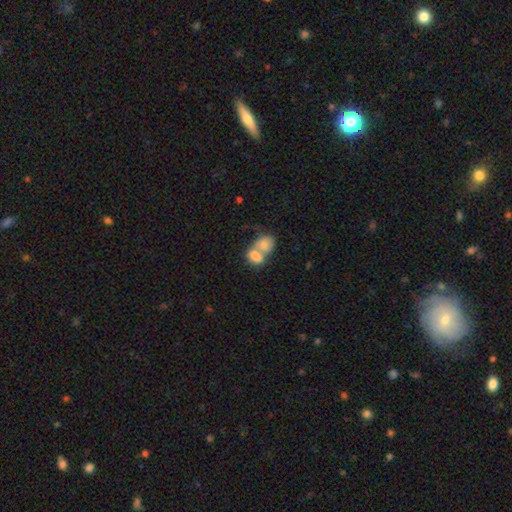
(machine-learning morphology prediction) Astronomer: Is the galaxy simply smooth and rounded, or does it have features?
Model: smooth — 78%.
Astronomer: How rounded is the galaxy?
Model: in between — 78%.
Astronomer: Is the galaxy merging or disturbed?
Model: merger — 76%.